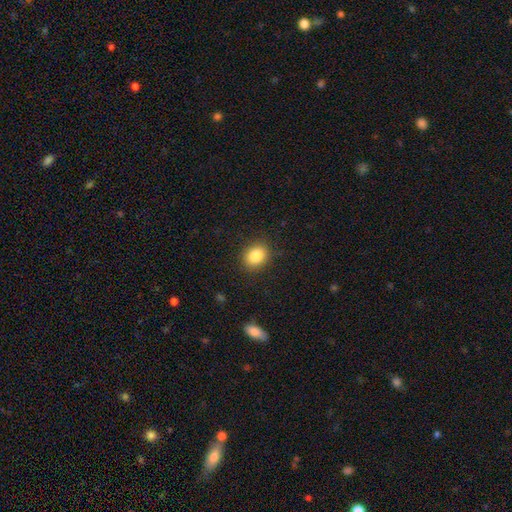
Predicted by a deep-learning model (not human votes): The model was most divided on "how rounded": in between: 51%, round: 48%, cigar-shaped: 1%. More confident: merging — none (88%); smooth or featured — smooth (84%).